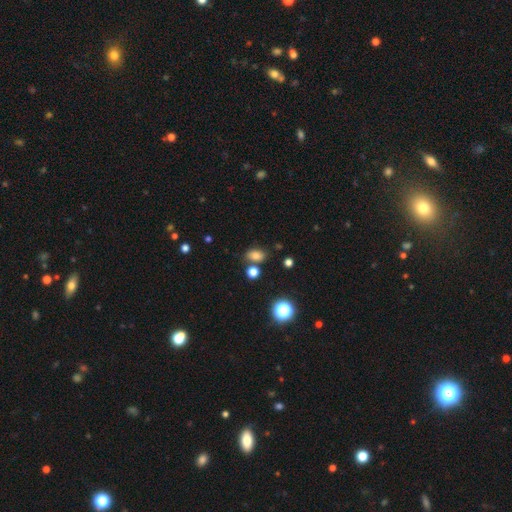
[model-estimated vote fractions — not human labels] Smooth or featured: smooth — 75% (star or artifact — 16%)
How rounded: in between — 76% (round — 22%)
Merging: none — 73% (minor disturbance — 13%)